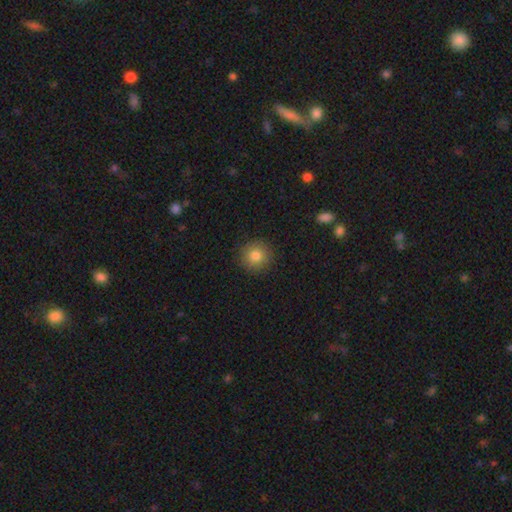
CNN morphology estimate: smooth_or_featured: smooth (p=0.83) [alt: star or artifact p=0.10]
how_rounded: round (p=0.93) [alt: in between p=0.06]
merging: none (p=0.90) [alt: minor disturbance p=0.07]